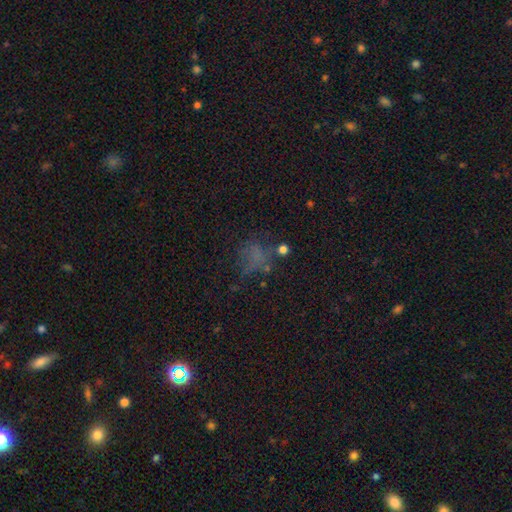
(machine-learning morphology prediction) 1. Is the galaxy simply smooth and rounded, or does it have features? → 45% smooth, 32% star or artifact, 23% featured or disk.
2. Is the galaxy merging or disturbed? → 47% none, 25% major disturbance, 20% minor disturbance, 8% merger.